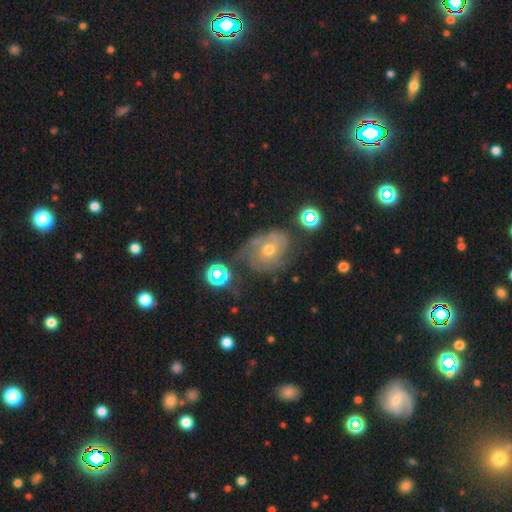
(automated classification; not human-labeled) Q: Smooth or featured?
A: featured or disk (60%); runner-up: star or artifact (20%)
Q: Edge-on disk?
A: no (95%); runner-up: yes (5%)
Q: Bar?
A: no (75%); runner-up: weak (20%)
Q: Spiral arms?
A: yes (83%); runner-up: no (17%)
Q: Bulge size?
A: moderate (50%); runner-up: small (46%)
Q: Merging?
A: none (66%); runner-up: minor disturbance (18%)